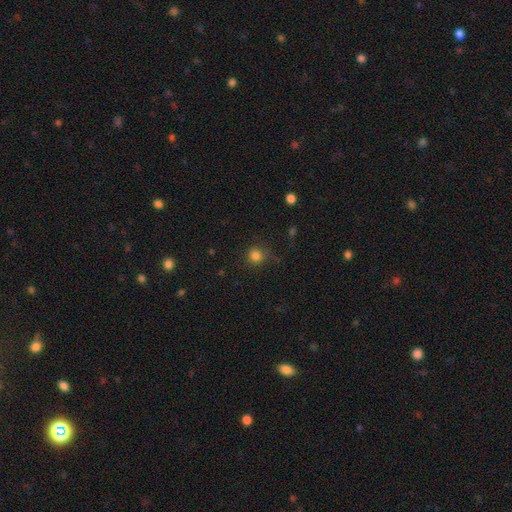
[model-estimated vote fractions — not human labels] Q: Smooth or featured?
A: smooth (82%); runner-up: star or artifact (13%)
Q: How rounded?
A: round (92%); runner-up: in between (7%)
Q: Merging?
A: none (80%); runner-up: minor disturbance (13%)